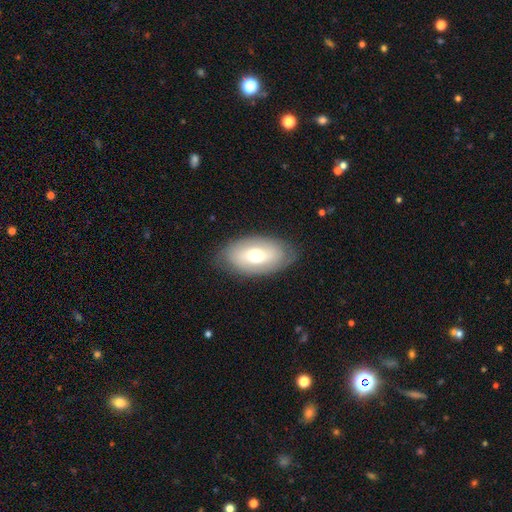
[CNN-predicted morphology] Overall: smooth (52%; featured or disk 42%). How rounded: in between (92%). Merging: none (79%).